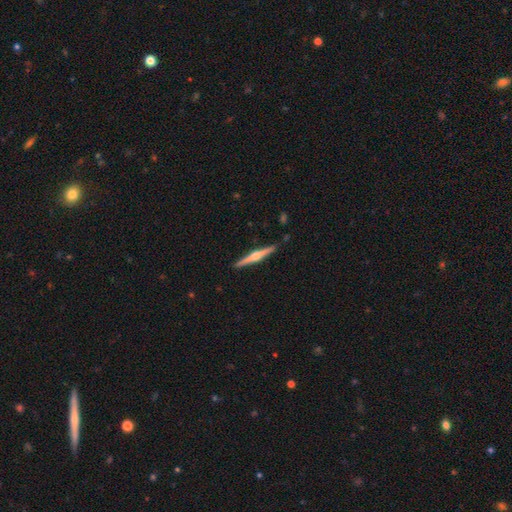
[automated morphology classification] This is likely a featured or disk galaxy (76%). It is clearly viewed edge-on (98%). Edge-on bulge: clearly rounded (93%). Merging: clearly none (91%).